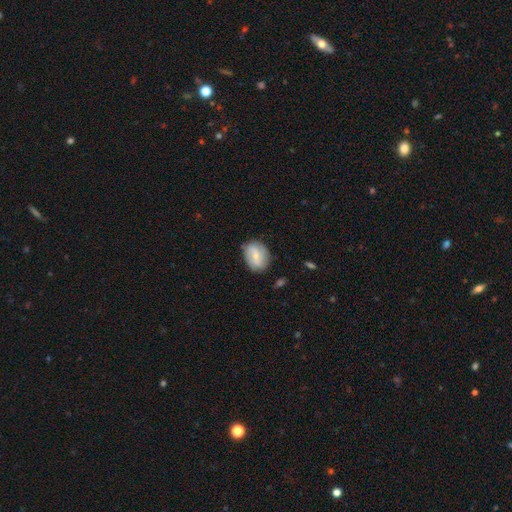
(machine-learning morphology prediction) Smooth or featured?
  - smooth: 53% *
  - featured or disk: 40%
  - star or artifact: 7%
How rounded?
  - in between: 63% *
  - round: 35%
  - cigar-shaped: 1%
Merging?
  - none: 76% *
  - minor disturbance: 18%
  - major disturbance: 4%
  - merger: 2%